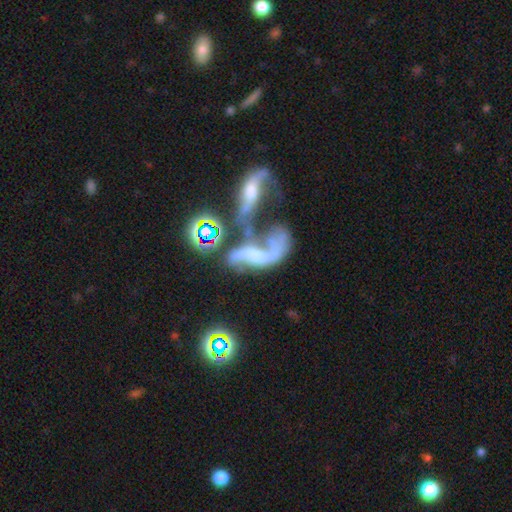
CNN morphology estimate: smooth_or_featured: featured or disk (p=0.65) [alt: smooth p=0.21]
disk_edge_on: no (p=0.92) [alt: yes p=0.08]
bar: no (p=0.47) [alt: weak p=0.30]
has_spiral_arms: yes (p=0.71) [alt: no p=0.29]
bulge_size: none (p=0.38) [alt: moderate p=0.27]
merging: merger (p=0.63) [alt: major disturbance p=0.19]